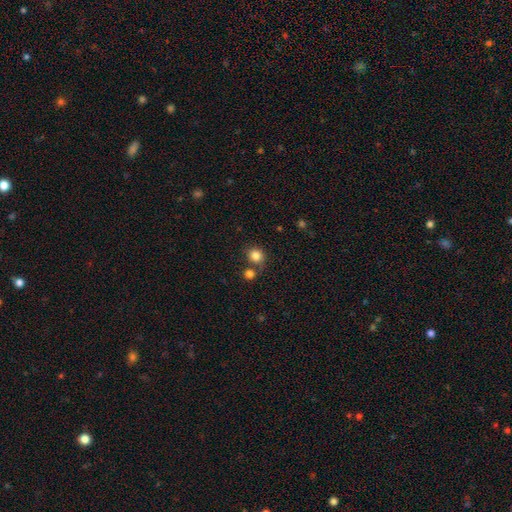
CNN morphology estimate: Smooth or featured? Predicted: smooth (p=0.83). How rounded? Predicted: round (p=0.81). Merging? Predicted: none (p=0.65).